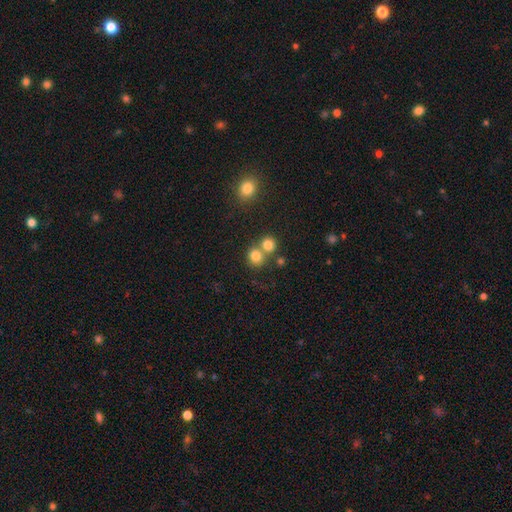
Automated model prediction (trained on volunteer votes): Smooth or featured? smooth (79%)
How rounded? round (80%)
Merging? none (50%)